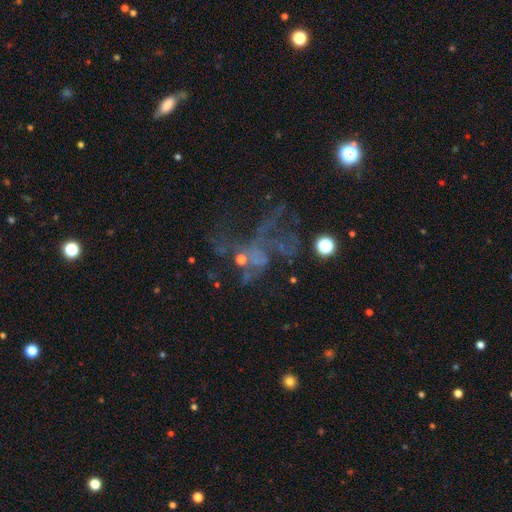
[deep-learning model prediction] Smooth or featured: featured or disk — 49% (star or artifact — 33%)
Merging: major disturbance — 45% (none — 30%)